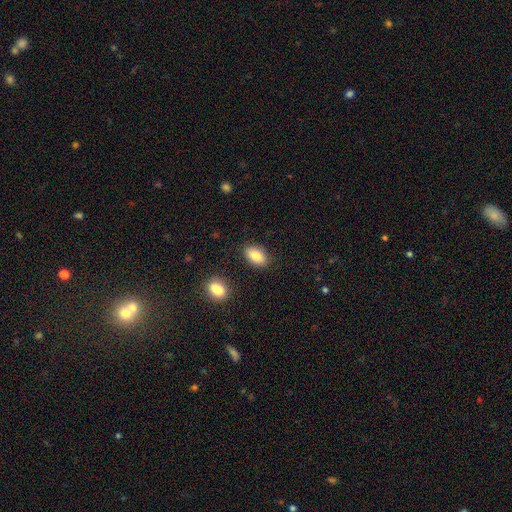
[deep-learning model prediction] Morphology: type=smooth (85%); roundness=in between (91%); merging=none (84%).